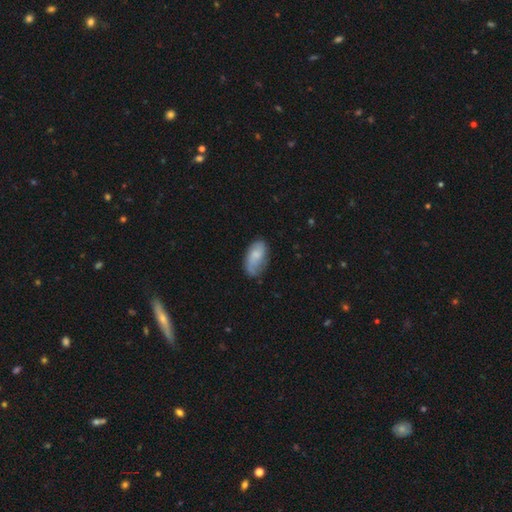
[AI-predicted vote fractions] Smooth or featured? smooth (63%)
How rounded? in between (93%)
Merging? none (62%)